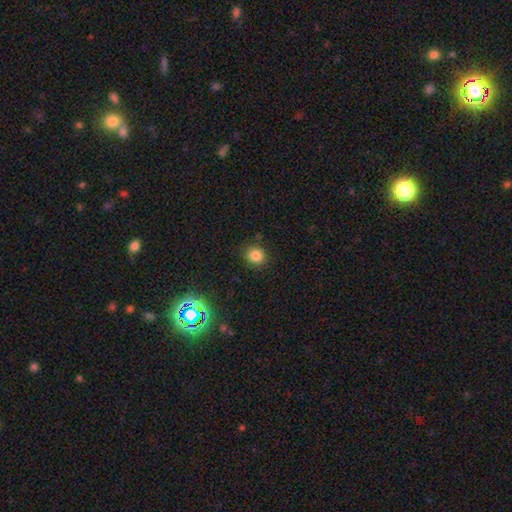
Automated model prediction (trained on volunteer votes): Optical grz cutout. It shows a smooth galaxy with no disk features (81%) that is round (85%). Merging: none (86%).